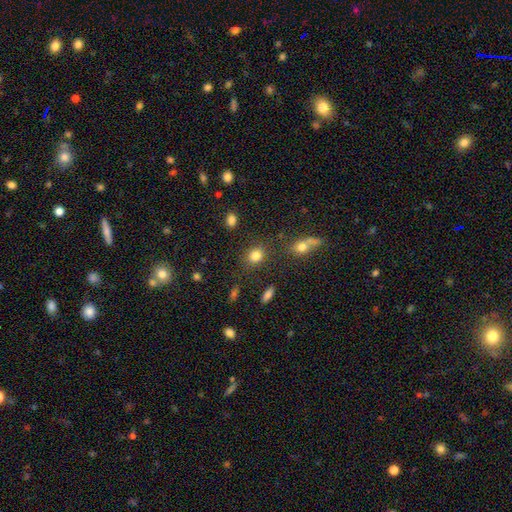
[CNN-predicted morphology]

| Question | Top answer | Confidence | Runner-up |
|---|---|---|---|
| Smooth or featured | smooth | 82% | star or artifact (12%) |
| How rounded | round | 58% | in between (41%) |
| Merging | none | 79% | minor disturbance (11%) |